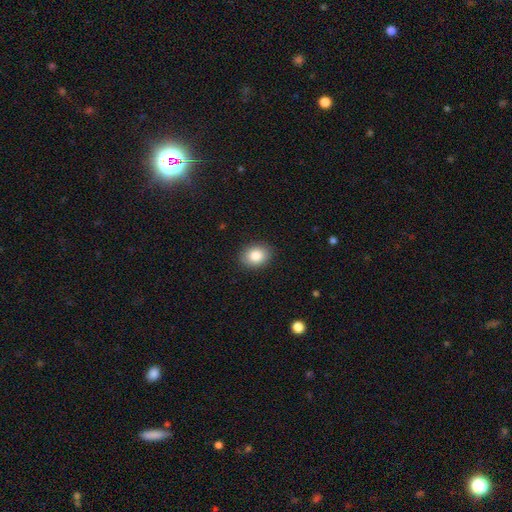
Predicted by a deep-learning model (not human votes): A smooth galaxy with no disk features (84%) that is in between round and cigar-shaped (58%). Merging: none (89%).